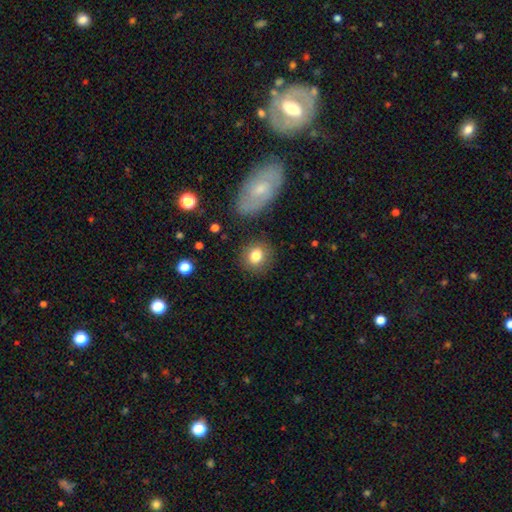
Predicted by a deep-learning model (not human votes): Q: Smooth or featured?
A: smooth (82%); runner-up: featured or disk (9%)
Q: How rounded?
A: round (79%); runner-up: in between (20%)
Q: Merging?
A: none (86%); runner-up: minor disturbance (9%)